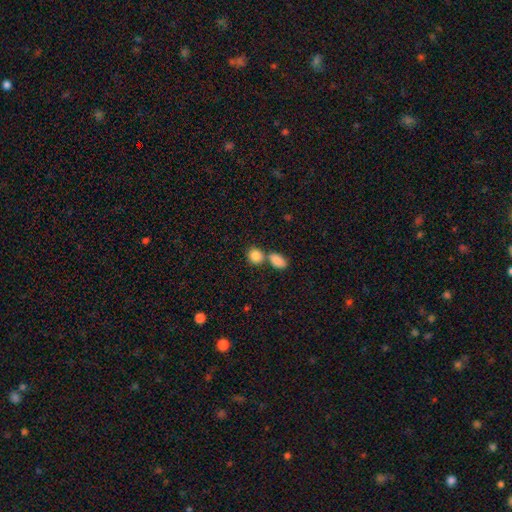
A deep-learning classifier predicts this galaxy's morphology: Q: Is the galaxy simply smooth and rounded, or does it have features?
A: smooth — 86%.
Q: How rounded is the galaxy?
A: round — 63%.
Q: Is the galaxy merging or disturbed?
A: merger — 47%.